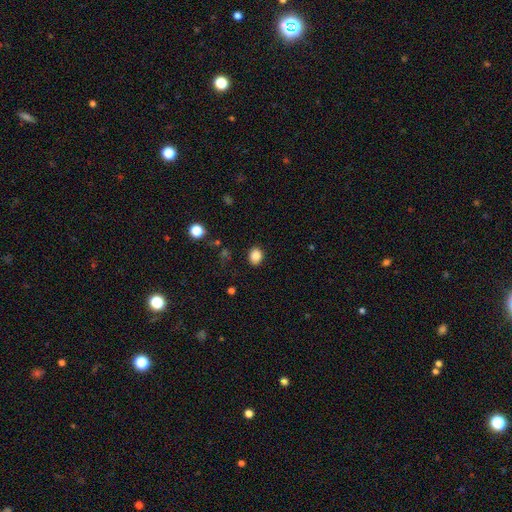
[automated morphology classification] Smooth or featured? Predicted: smooth (p=0.86). How rounded? Predicted: in between (p=0.50). Merging? Predicted: none (p=0.87).